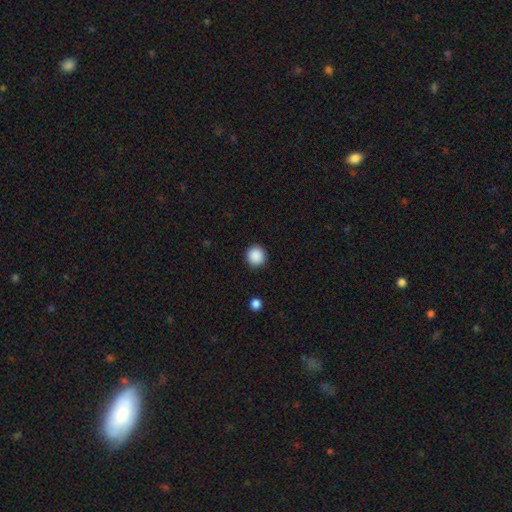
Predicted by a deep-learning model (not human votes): Morphology: type=smooth (89%); roundness=round (94%); merging=none (92%).